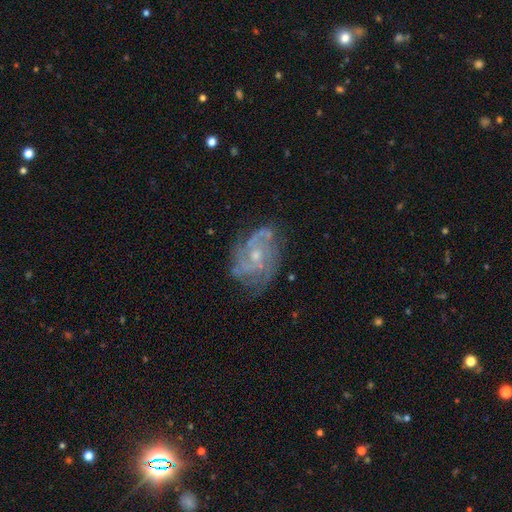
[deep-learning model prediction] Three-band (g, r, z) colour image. It shows a featured or disk galaxy (84%) with no bar (68%), 3 (30%) tight (45%) spiral arms (94%) and a small central bulge (59%). Merging: none (70%).